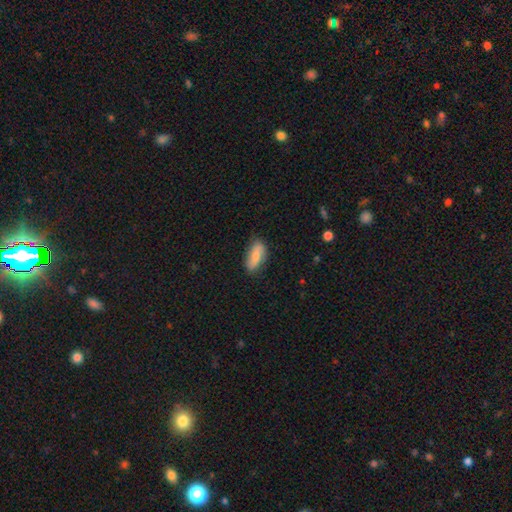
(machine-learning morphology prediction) A smooth galaxy with no disk features (70%) that is in between round and cigar-shaped (77%). Merging: none (77%).